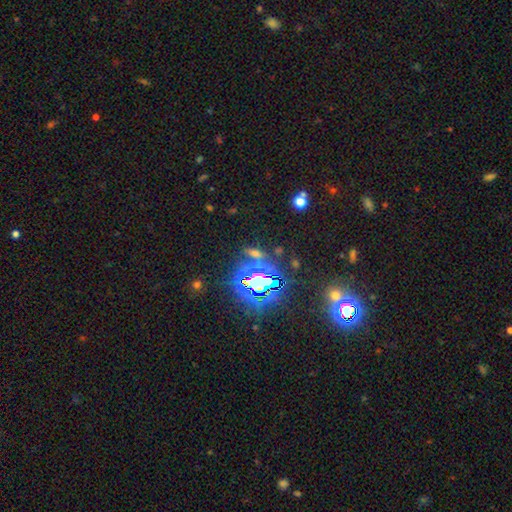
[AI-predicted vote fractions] Q: Smooth or featured?
A: star or artifact (72%); runner-up: smooth (17%)